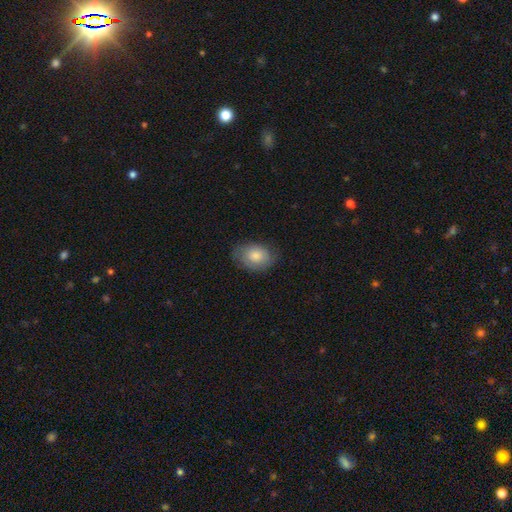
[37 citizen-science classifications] Smooth or featured?
  - smooth: 68% *
  - featured or disk: 27%
  - star or artifact: 5%
How rounded?
  - in between: 64% *
  - round: 36%
  - cigar-shaped: 0%
Merging?
  - none: 83% *
  - minor disturbance: 11%
  - major disturbance: 6%
  - merger: 0%